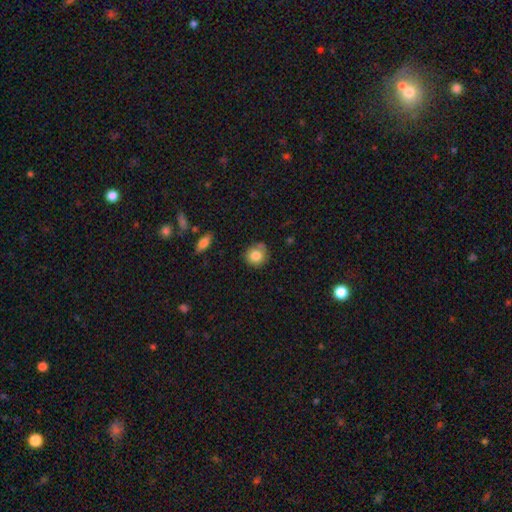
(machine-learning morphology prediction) smooth_or_featured: smooth (p=0.82) [alt: featured or disk p=0.09]
how_rounded: round (p=0.87) [alt: in between p=0.12]
merging: none (p=0.76) [alt: minor disturbance p=0.16]